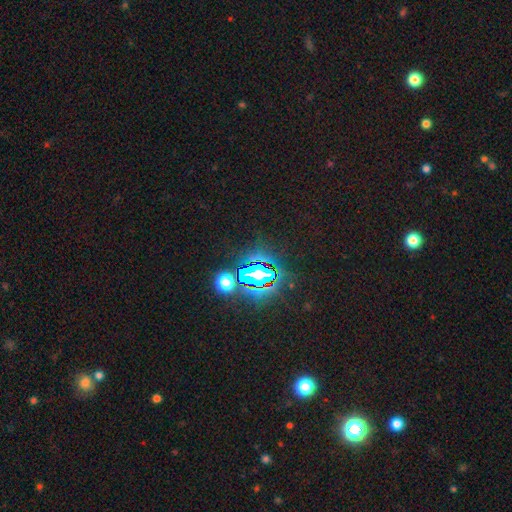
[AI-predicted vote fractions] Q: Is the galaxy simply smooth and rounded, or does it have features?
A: star or artifact — 81%.